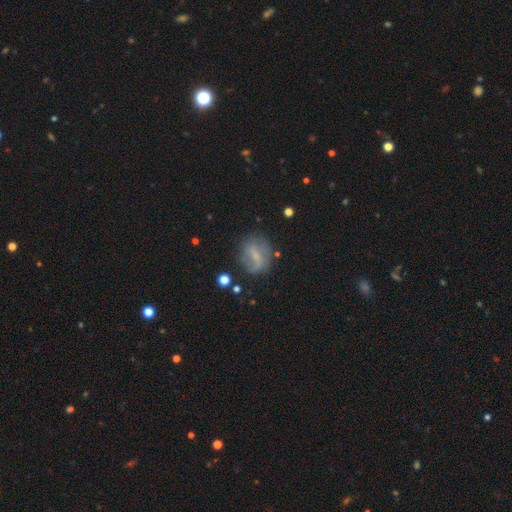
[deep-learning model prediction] featured or disk 51%, smooth 38%, star or artifact 11%. Down the decision tree: edge-on disk — no (94%); merging — none (63%).